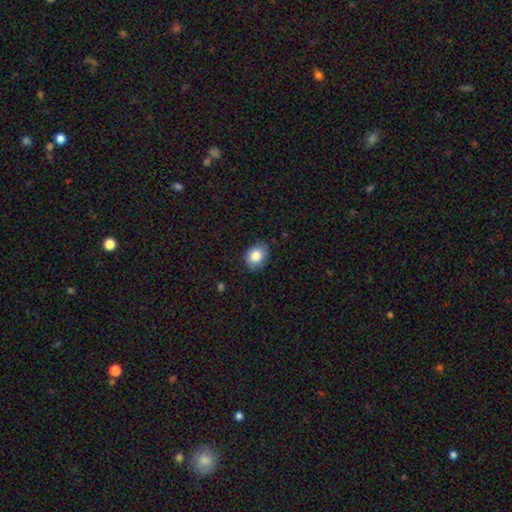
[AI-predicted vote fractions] The model was most divided on "how rounded": in between: 51%, round: 48%, cigar-shaped: 1%. More confident: smooth or featured — smooth (84%); merging — none (77%).